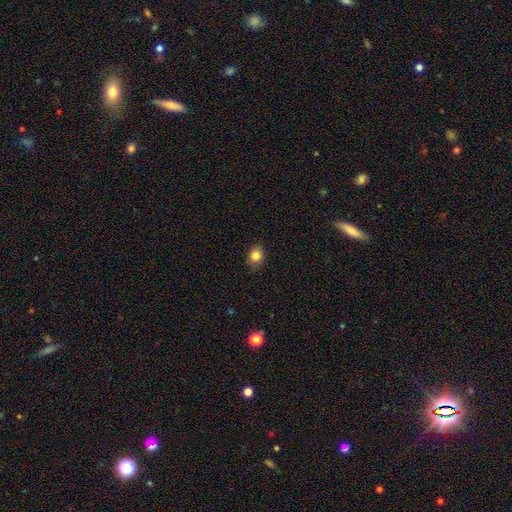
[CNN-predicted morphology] type=smooth (84%); roundness=round (59%); merging=none (87%).